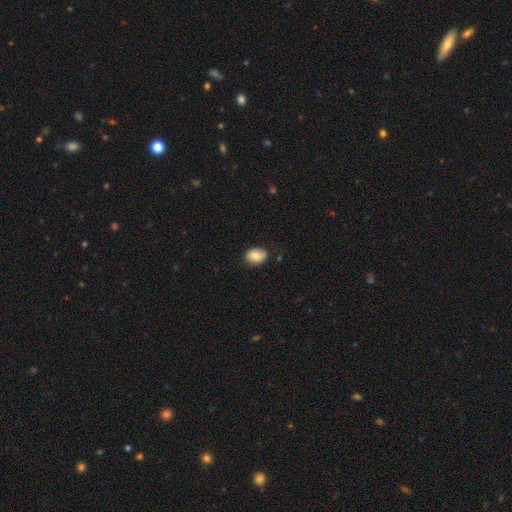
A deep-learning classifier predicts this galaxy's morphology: Q: Smooth or featured?
A: smooth (84%); runner-up: featured or disk (8%)
Q: How rounded?
A: in between (72%); runner-up: round (27%)
Q: Merging?
A: none (83%); runner-up: minor disturbance (14%)